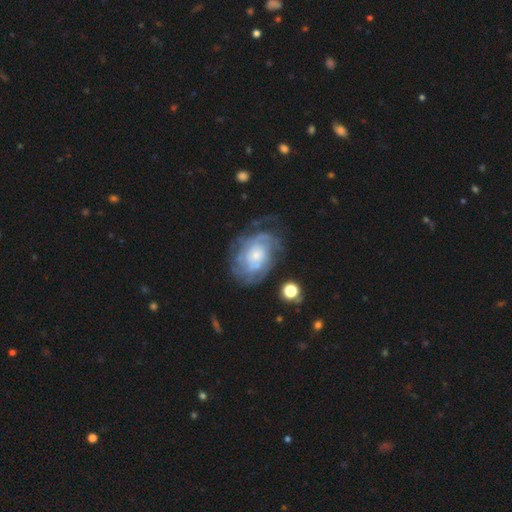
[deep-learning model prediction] This appears to be a featured or disk galaxy (81%) with no bar (77%), tight (63%) spiral arms (91%) and a small central bulge (54%). Merging: none (64%).